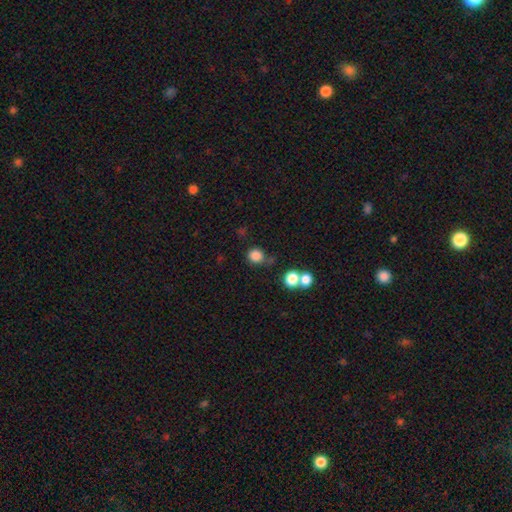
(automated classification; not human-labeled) smooth_or_featured: smooth (p=0.83) [alt: star or artifact p=0.12]
how_rounded: round (p=0.89) [alt: in between p=0.11]
merging: none (p=0.71) [alt: merger p=0.12]